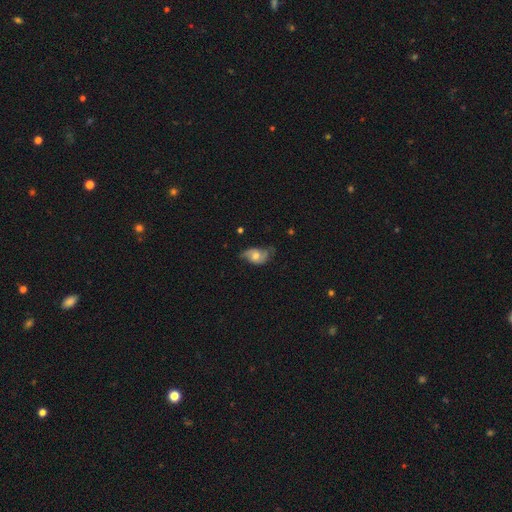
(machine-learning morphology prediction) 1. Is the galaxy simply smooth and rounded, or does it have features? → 59% featured or disk, 33% smooth, 8% star or artifact.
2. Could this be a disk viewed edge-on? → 95% no, 5% yes.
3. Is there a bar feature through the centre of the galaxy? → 67% no, 27% weak, 6% strong.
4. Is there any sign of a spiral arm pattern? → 82% yes, 18% no.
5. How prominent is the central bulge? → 65% moderate, 24% small, 7% large, 2% none, 1% dominant.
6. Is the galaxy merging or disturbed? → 53% none, 31% minor disturbance, 14% major disturbance, 2% merger.